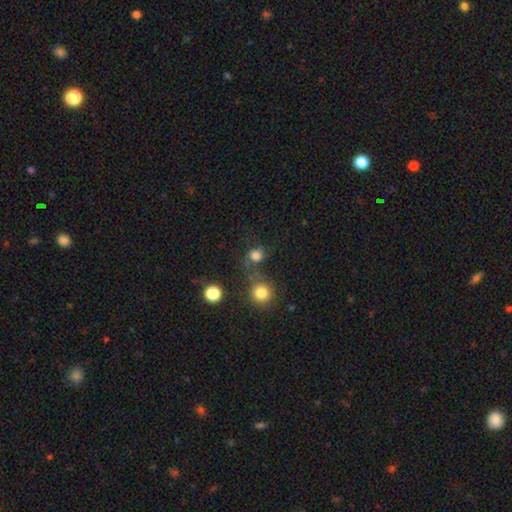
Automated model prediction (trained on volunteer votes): Smooth or featured? Predicted: smooth (p=0.73). How rounded? Predicted: round (p=0.79). Merging? Predicted: none (p=0.45).